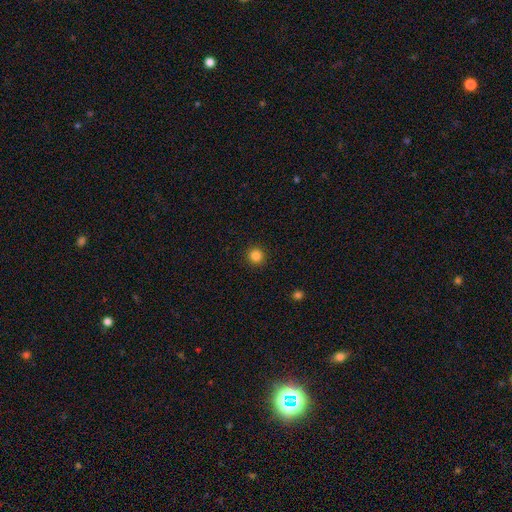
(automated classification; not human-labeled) The model was most divided on "smooth or featured": smooth: 85%, star or artifact: 12%, featured or disk: 3%. More confident: how rounded — round (95%); merging — none (92%).